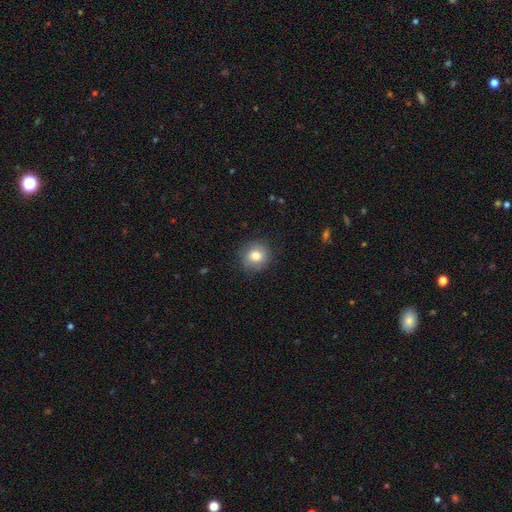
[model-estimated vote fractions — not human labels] Smooth or featured?
  - smooth: 80% *
  - featured or disk: 10%
  - star or artifact: 9%
How rounded?
  - round: 89% *
  - in between: 10%
  - cigar-shaped: 1%
Merging?
  - none: 86% *
  - minor disturbance: 10%
  - major disturbance: 3%
  - merger: 1%